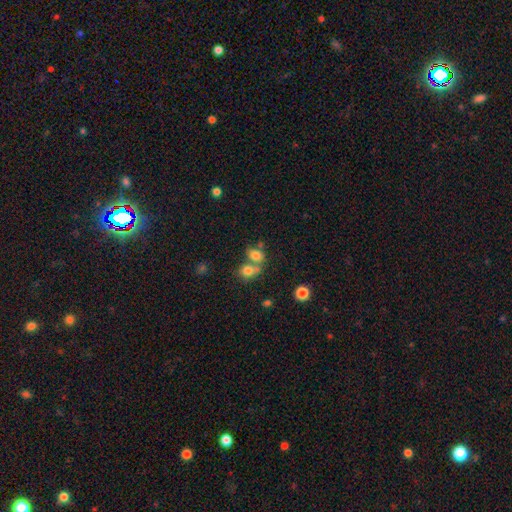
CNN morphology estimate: Q: Smooth or featured?
A: smooth (76%); runner-up: star or artifact (13%)
Q: How rounded?
A: in between (50%); runner-up: round (49%)
Q: Merging?
A: merger (51%); runner-up: none (36%)